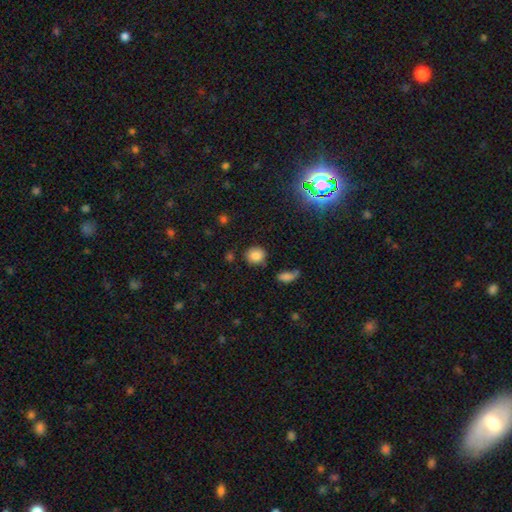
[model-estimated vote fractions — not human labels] Morphology: type=smooth (84%); roundness=round (78%); merging=none (80%).